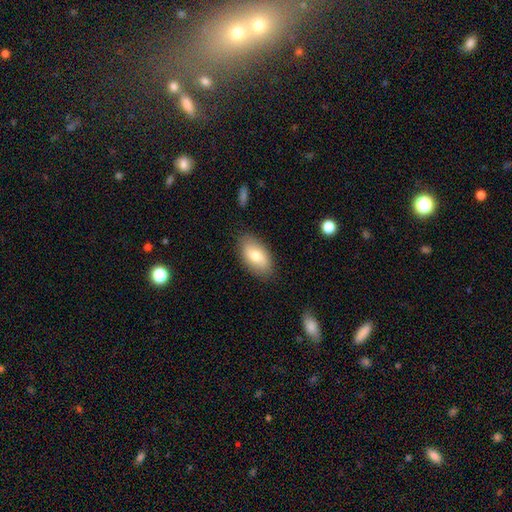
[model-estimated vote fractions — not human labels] This is likely a smooth galaxy (73%). How rounded: clearly in between (93%). Merging: clearly none (84%).